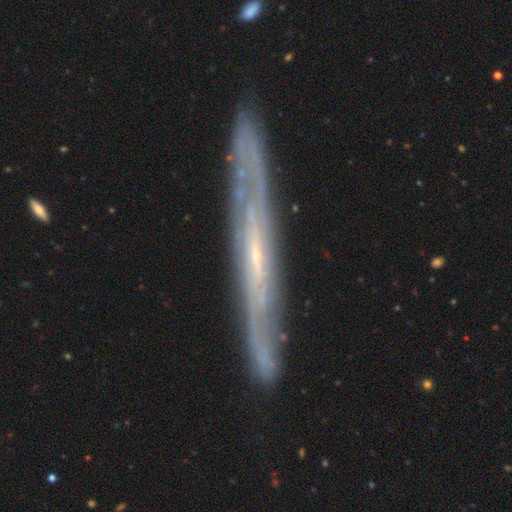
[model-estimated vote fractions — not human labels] This appears to be a featured or disk galaxy (74%) viewed edge-on (80%) with no central bulge (66%). Merging: none (85%).